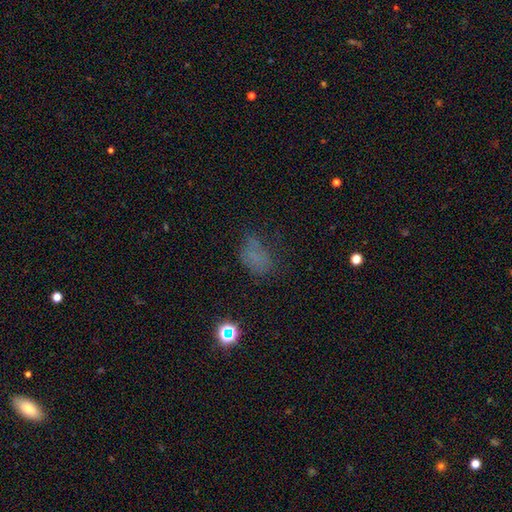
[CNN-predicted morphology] Q: Smooth or featured?
A: smooth (55%); runner-up: star or artifact (28%)
Q: How rounded?
A: in between (73%); runner-up: round (25%)
Q: Merging?
A: none (49%); runner-up: minor disturbance (25%)